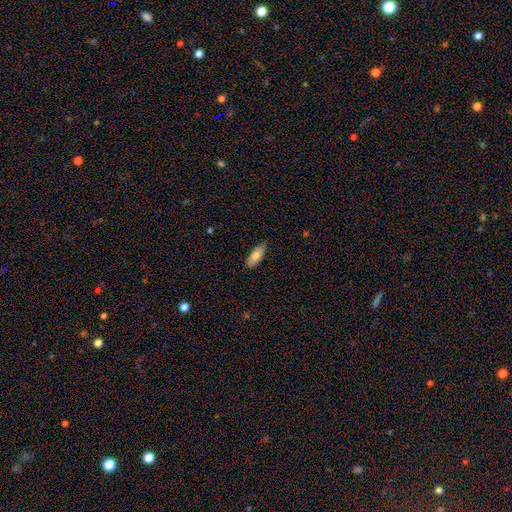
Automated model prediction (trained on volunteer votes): smooth_or_featured: smooth (p=0.81) [alt: featured or disk p=0.13]
how_rounded: in between (p=0.74) [alt: cigar-shaped p=0.25]
merging: none (p=0.83) [alt: minor disturbance p=0.14]